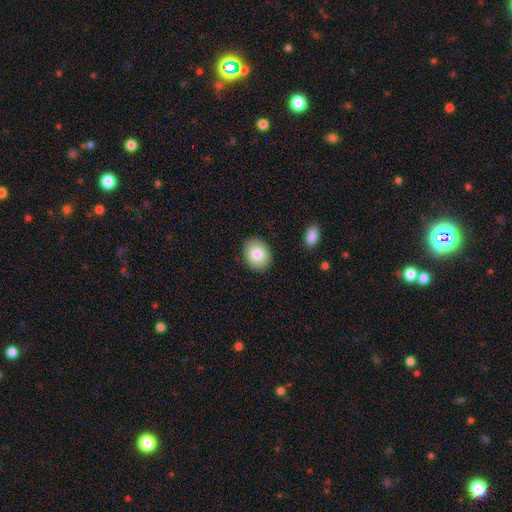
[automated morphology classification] smooth 83%, featured or disk 9%, star or artifact 7%. Down the decision tree: how rounded — in between (55%); merging — none (89%).